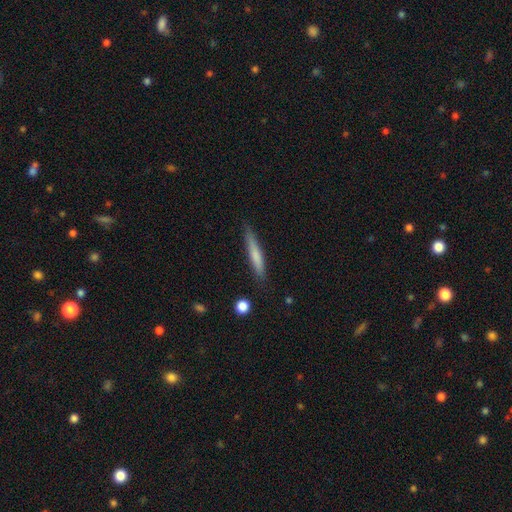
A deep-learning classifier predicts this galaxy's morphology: type=smooth (68%); roundness=cigar-shaped (93%); merging=none (83%).